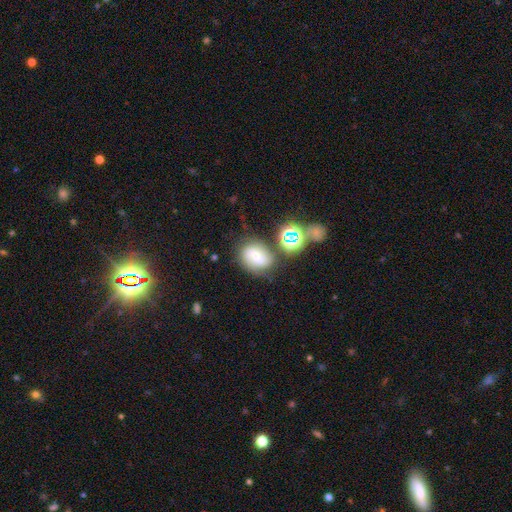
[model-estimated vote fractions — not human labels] Smooth or featured? Predicted: featured or disk (p=0.41, tied with smooth). Merging? Predicted: none (p=0.63).